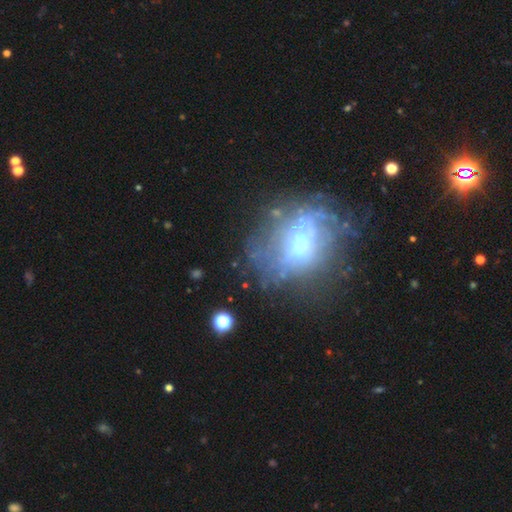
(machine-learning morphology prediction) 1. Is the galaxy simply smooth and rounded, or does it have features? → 53% featured or disk, 29% smooth, 18% star or artifact.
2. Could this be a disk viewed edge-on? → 92% no, 8% yes.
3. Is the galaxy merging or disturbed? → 51% none, 23% major disturbance, 18% minor disturbance, 8% merger.